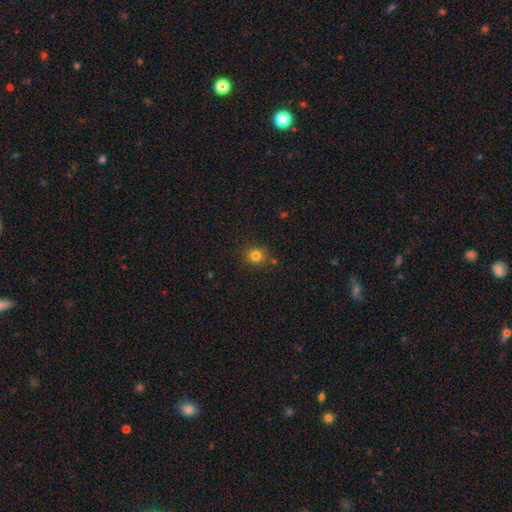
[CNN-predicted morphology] smooth_or_featured: smooth (p=0.81) [alt: star or artifact p=0.14]
how_rounded: round (p=0.82) [alt: in between p=0.17]
merging: none (p=0.85) [alt: minor disturbance p=0.09]